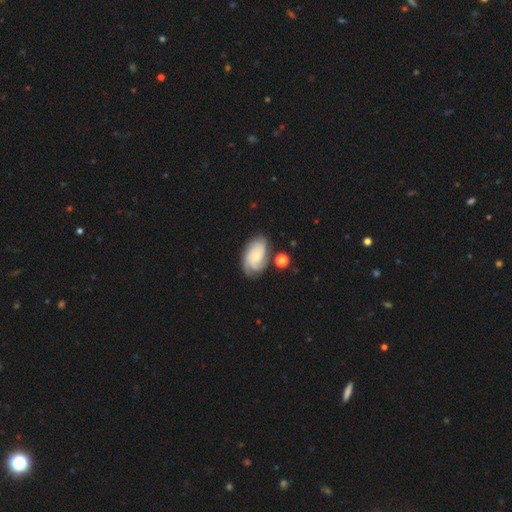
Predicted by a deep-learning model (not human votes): Smooth or featured?
  - featured or disk: 67% *
  - smooth: 26%
  - star or artifact: 7%
Edge-on disk?
  - no: 96% *
  - yes: 4%
Bar?
  - no: 75% *
  - weak: 22%
  - strong: 4%
Spiral arms?
  - yes: 93% *
  - no: 7%
Spiral winding?
  - tight: 60% *
  - medium: 30%
  - loose: 10%
Spiral arm count?
  - can't tell: 32% *
  - 3: 26%
  - 2: 20%
  - 4: 11%
  - 1: 6%
  - more than 4: 4%
Bulge size?
  - small: 69% *
  - moderate: 22%
  - none: 5%
  - large: 2%
  - dominant: 1%
Merging?
  - none: 67% *
  - minor disturbance: 21%
  - major disturbance: 8%
  - merger: 5%